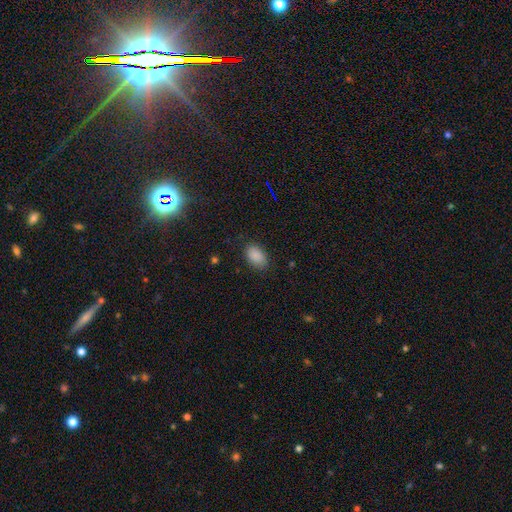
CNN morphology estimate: smooth 88%, star or artifact 8%, featured or disk 4%. Down the decision tree: how rounded — in between (90%); merging — none (82%).